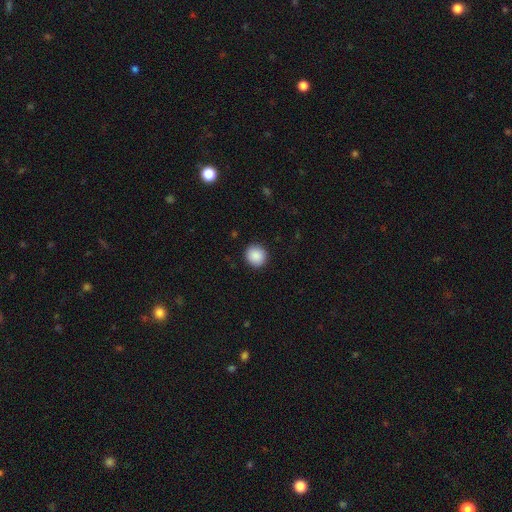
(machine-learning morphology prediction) Smooth or featured? smooth (90%)
How rounded? round (90%)
Merging? none (92%)